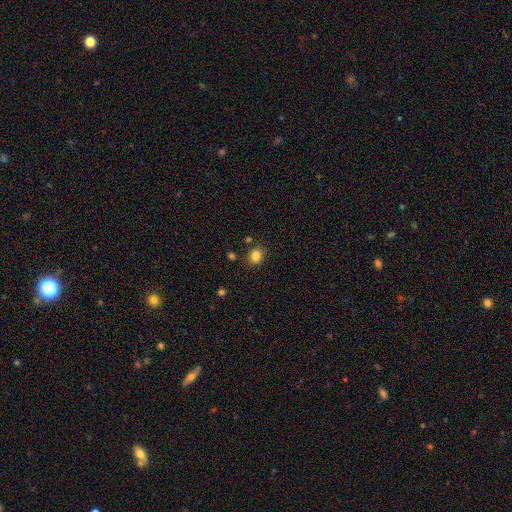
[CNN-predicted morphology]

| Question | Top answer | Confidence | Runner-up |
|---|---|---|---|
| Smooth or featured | smooth | 84% | star or artifact (11%) |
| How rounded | round | 59% | in between (41%) |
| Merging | none | 83% | minor disturbance (11%) |